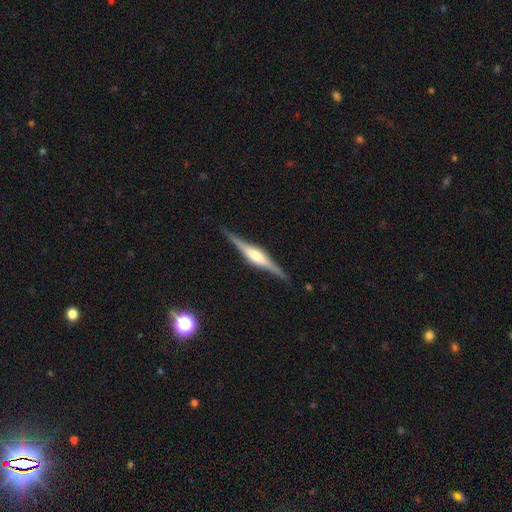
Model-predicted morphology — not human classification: This appears to be a featured or disk galaxy (78%) viewed edge-on (98%) with a rounded central bulge (71%). Merging: none (88%).